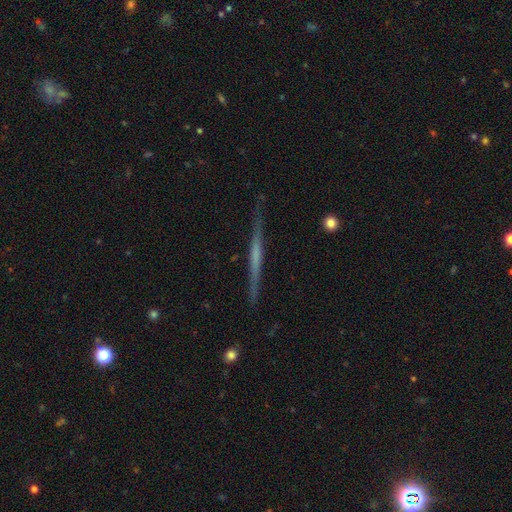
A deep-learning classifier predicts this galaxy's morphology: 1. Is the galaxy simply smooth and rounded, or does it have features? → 67% featured or disk, 27% smooth, 6% star or artifact.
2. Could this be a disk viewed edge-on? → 98% yes, 2% no.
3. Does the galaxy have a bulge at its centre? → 71% none, 17% rounded, 11% boxy.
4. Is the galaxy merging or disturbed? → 88% none, 8% minor disturbance, 2% major disturbance, 1% merger.